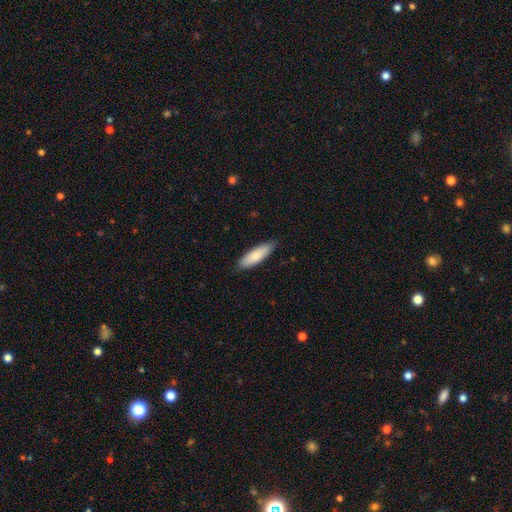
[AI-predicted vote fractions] A smooth galaxy with no disk features (81%) that is in between round and cigar-shaped (50%).

Vote fractions:
- Smooth or featured? smooth: 81% / featured or disk: 13% / star or artifact: 5%
- How rounded? in between: 50% / cigar-shaped: 48% / round: 1%
- Merging? none: 84% / minor disturbance: 13% / major disturbance: 2% / merger: 1%